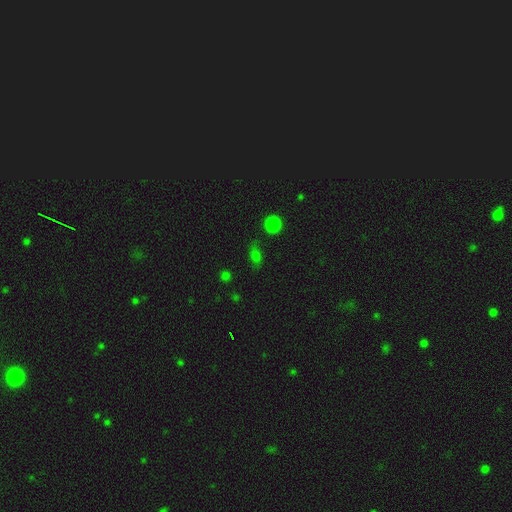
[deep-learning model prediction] A smooth galaxy with no disk features (67%) that is in between round and cigar-shaped (71%).

Vote fractions:
- Smooth or featured? smooth: 67% / star or artifact: 24% / featured or disk: 9%
- How rounded? in between: 71% / round: 22% / cigar-shaped: 6%
- Merging? none: 70% / minor disturbance: 18% / major disturbance: 8% / merger: 4%